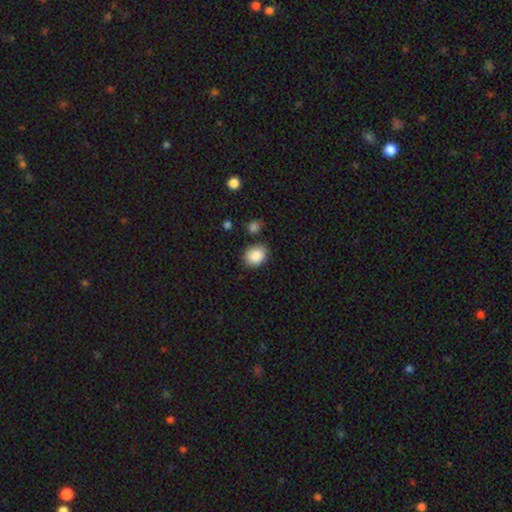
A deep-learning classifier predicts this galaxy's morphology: type=smooth (88%); roundness=round (53%); merging=none (78%).